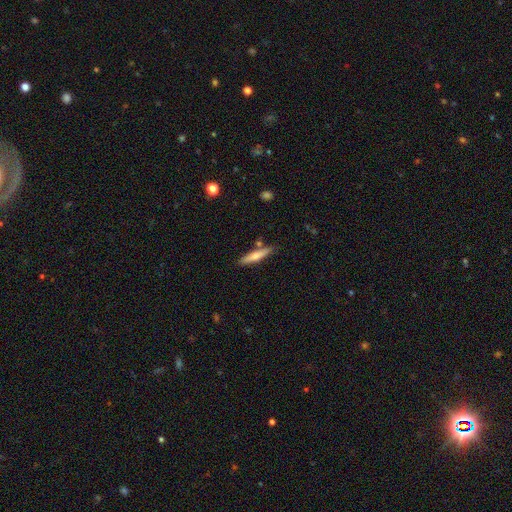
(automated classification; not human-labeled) Morphology: type=smooth (61%); roundness=cigar-shaped (88%); merging=none (82%).